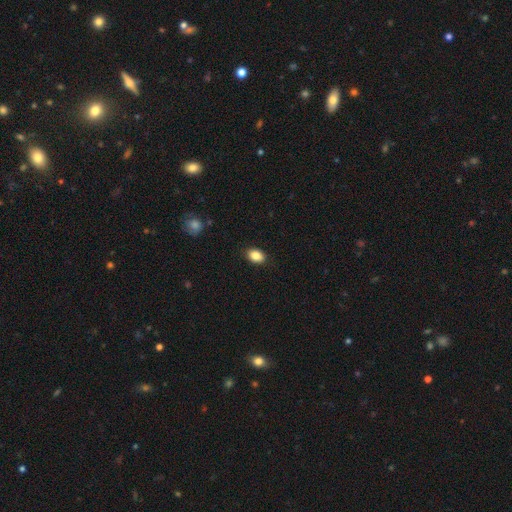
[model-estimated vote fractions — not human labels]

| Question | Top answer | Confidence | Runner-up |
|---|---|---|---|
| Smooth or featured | smooth | 87% | star or artifact (8%) |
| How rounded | in between | 82% | round (17%) |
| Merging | none | 88% | minor disturbance (9%) |